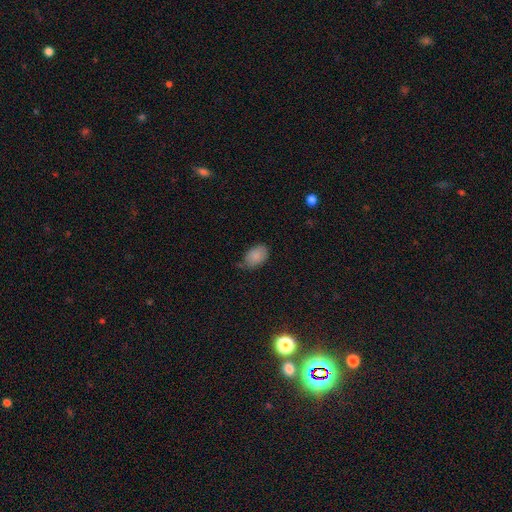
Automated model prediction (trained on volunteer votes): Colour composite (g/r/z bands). It shows a smooth galaxy with no disk features (86%) that is in between round and cigar-shaped (89%). Merging: none (60%).